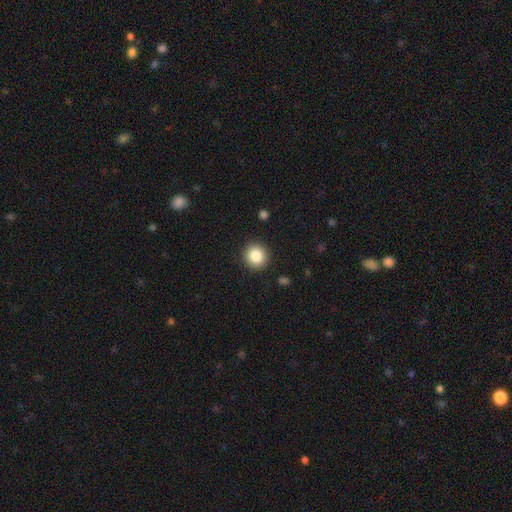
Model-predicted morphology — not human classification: Overall: smooth (85%). How rounded: round (94%). Merging: none (91%).